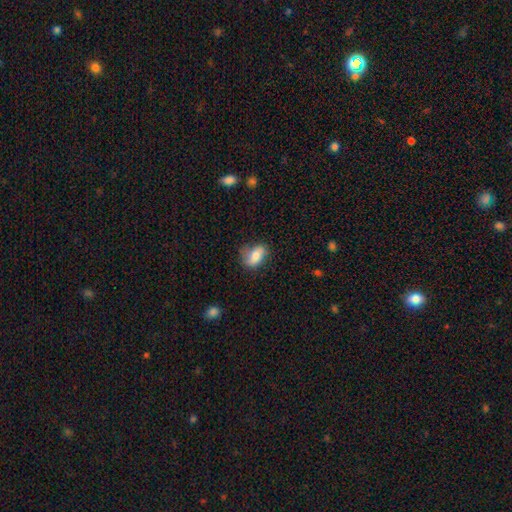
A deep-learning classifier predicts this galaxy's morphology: Q: Smooth or featured?
A: smooth (72%); runner-up: featured or disk (20%)
Q: How rounded?
A: in between (85%); runner-up: round (11%)
Q: Merging?
A: none (67%); runner-up: minor disturbance (25%)